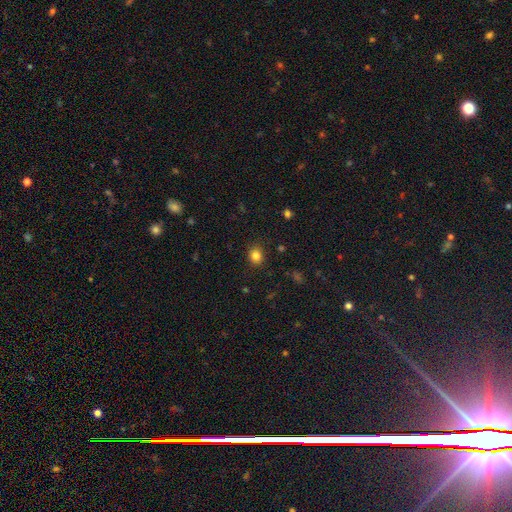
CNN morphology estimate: Smooth or featured: smooth — 84% (star or artifact — 12%)
How rounded: round — 69% (in between — 30%)
Merging: none — 88% (minor disturbance — 9%)